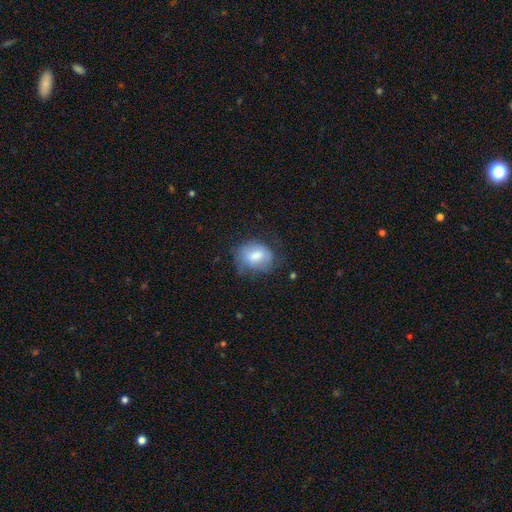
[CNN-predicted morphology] A smooth galaxy with no disk features (71%) that is in between round and cigar-shaped (62%).

Vote fractions:
- Smooth or featured? smooth: 71% / featured or disk: 21% / star or artifact: 7%
- How rounded? in between: 62% / round: 37% / cigar-shaped: 1%
- Merging? none: 51% / minor disturbance: 31% / major disturbance: 16% / merger: 2%